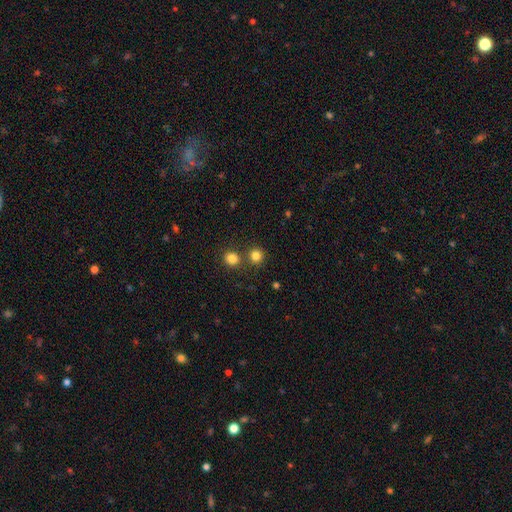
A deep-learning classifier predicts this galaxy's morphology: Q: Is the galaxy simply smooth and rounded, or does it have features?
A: smooth — 81%.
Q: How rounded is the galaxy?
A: round — 91%.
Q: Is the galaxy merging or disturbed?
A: none — 72%.